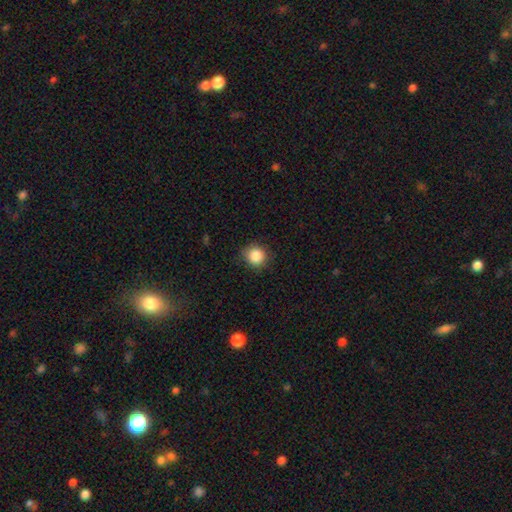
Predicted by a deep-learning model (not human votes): The model was most divided on "merging": none: 86%, minor disturbance: 10%, major disturbance: 3%, merger: 1%. More confident: how rounded — round (90%); smooth or featured — smooth (87%).